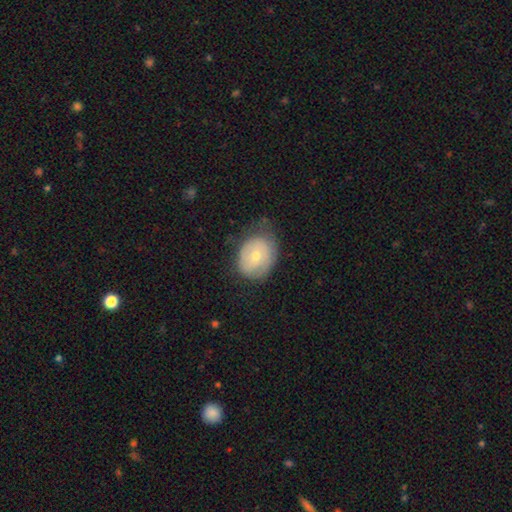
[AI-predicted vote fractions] Smooth or featured: smooth — 54% (featured or disk — 40%)
How rounded: in between — 53% (round — 46%)
Merging: none — 54% (minor disturbance — 33%)